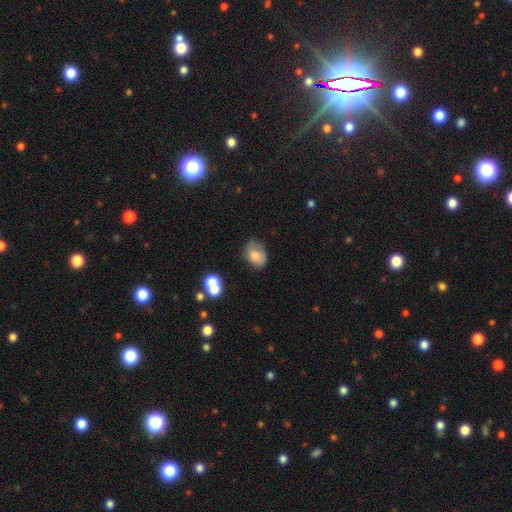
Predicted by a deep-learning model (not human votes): Smooth or featured? smooth (73%)
How rounded? in between (66%)
Merging? none (52%)